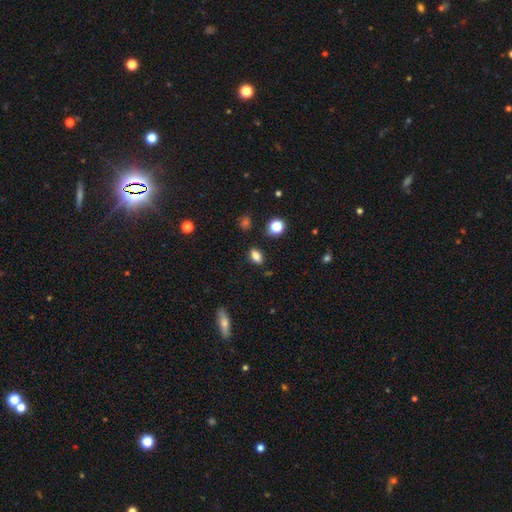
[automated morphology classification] type=smooth (81%); roundness=in between (83%); merging=none (83%).